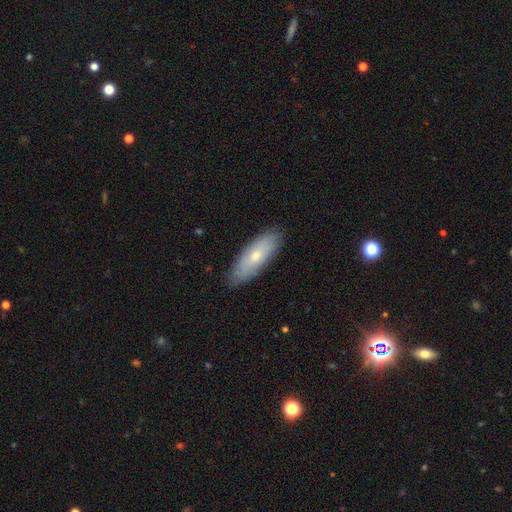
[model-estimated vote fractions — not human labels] Overall: smooth (57%; featured or disk 37%). How rounded: in between (65%; cigar-shaped 33%). Merging: none (84%).